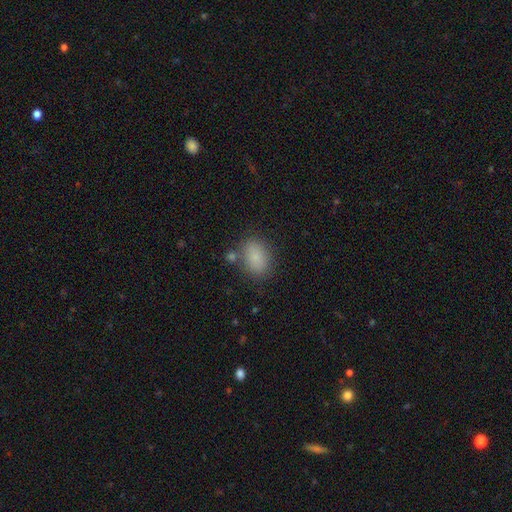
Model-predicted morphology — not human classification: Overall: smooth (84%). How rounded: in between (83%). Merging: none (77%).